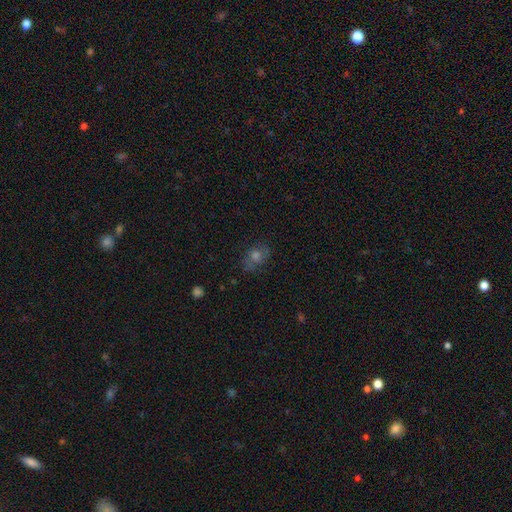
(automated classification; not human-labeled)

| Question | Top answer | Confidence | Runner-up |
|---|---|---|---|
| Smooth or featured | smooth | 41% | featured or disk (32%) |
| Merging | none | 74% | minor disturbance (17%) |